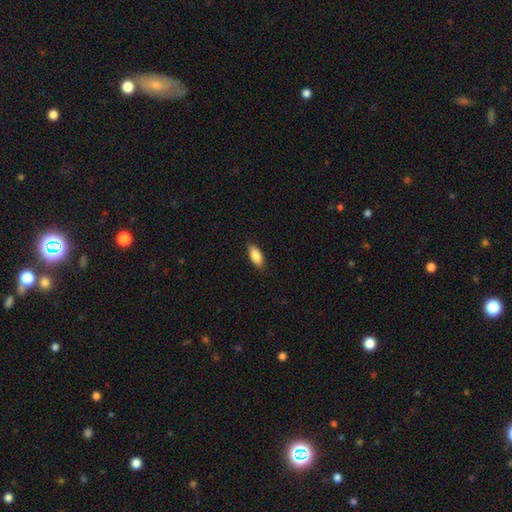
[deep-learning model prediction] Morphology: type=smooth (86%); roundness=in between (83%); merging=none (86%).